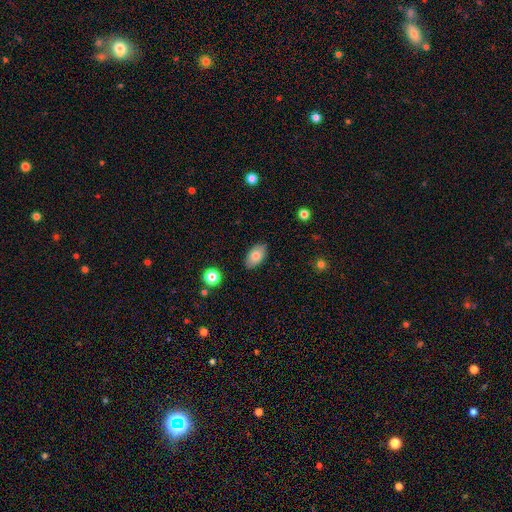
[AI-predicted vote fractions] Smooth or featured: smooth — 80% (featured or disk — 13%)
How rounded: in between — 93% (round — 5%)
Merging: none — 85% (minor disturbance — 11%)